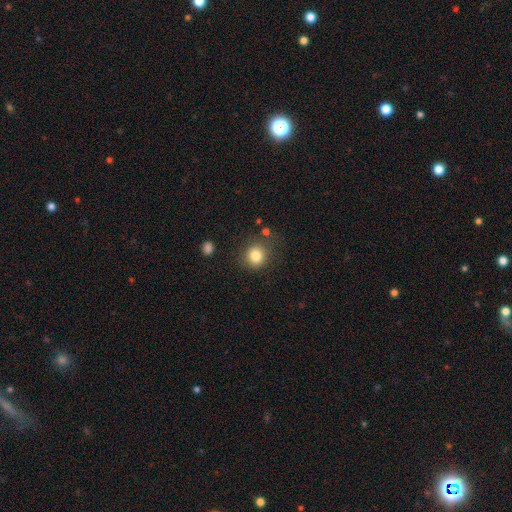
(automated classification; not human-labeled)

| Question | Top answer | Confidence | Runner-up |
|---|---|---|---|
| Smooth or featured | smooth | 83% | star or artifact (11%) |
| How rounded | round | 86% | in between (13%) |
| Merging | none | 80% | minor disturbance (11%) |